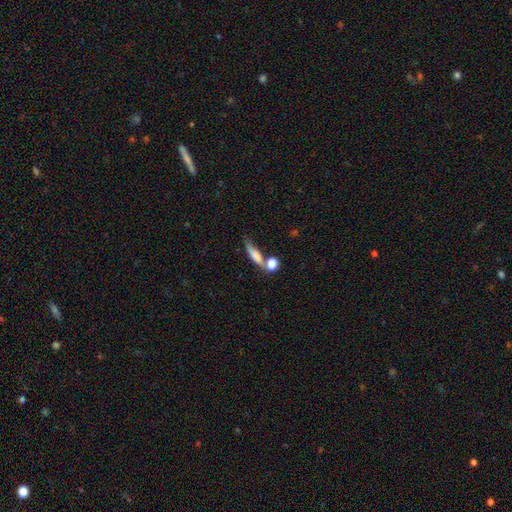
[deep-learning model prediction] This appears to be a smooth galaxy with no disk features (73%) that is in between round and cigar-shaped (46%). Merging: merger (46%).